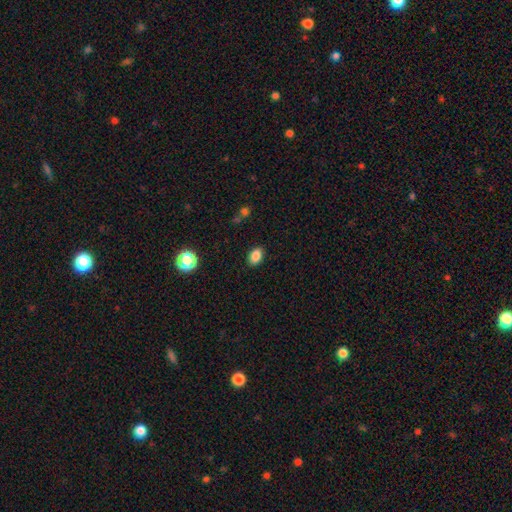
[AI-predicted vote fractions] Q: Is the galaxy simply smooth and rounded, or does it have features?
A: smooth — 86%.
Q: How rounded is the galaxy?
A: in between — 84%.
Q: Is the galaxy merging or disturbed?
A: none — 87%.